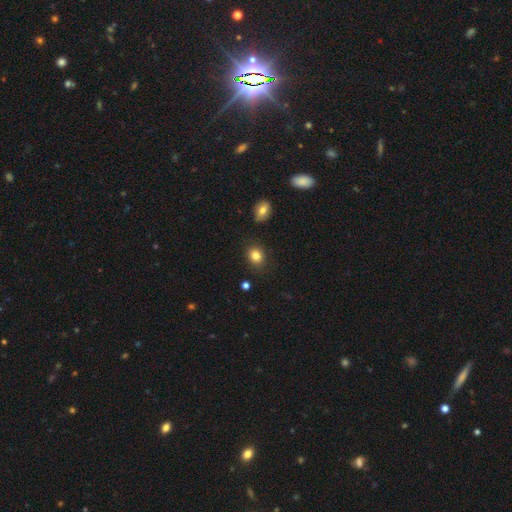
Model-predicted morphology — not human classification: type=smooth (83%); roundness=round (58%); merging=none (85%).